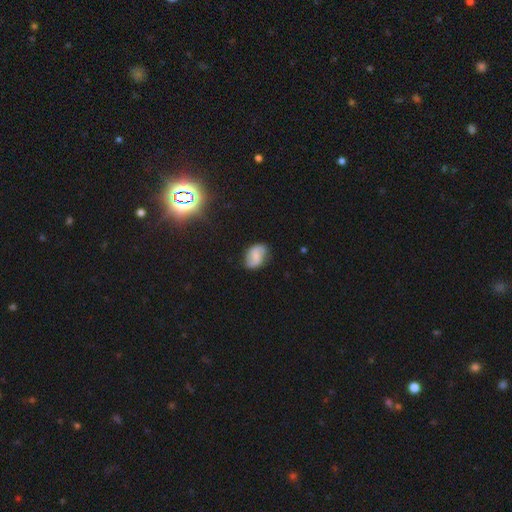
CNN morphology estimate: The model was most divided on "smooth or featured": smooth: 48%, featured or disk: 43%, star or artifact: 9%. More confident: merging — none (75%).